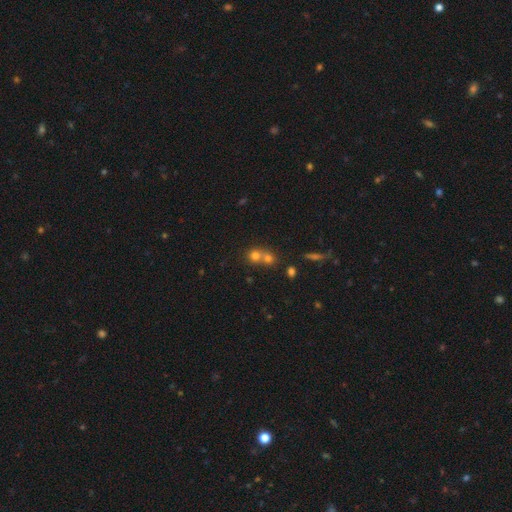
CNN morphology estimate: A smooth galaxy with no disk features (70%) that is round (84%).

Vote fractions:
- Smooth or featured? smooth: 70% / star or artifact: 16% / featured or disk: 14%
- How rounded? round: 84% / in between: 15% / cigar-shaped: 1%
- Merging? merger: 58% / none: 34% / minor disturbance: 5% / major disturbance: 2%